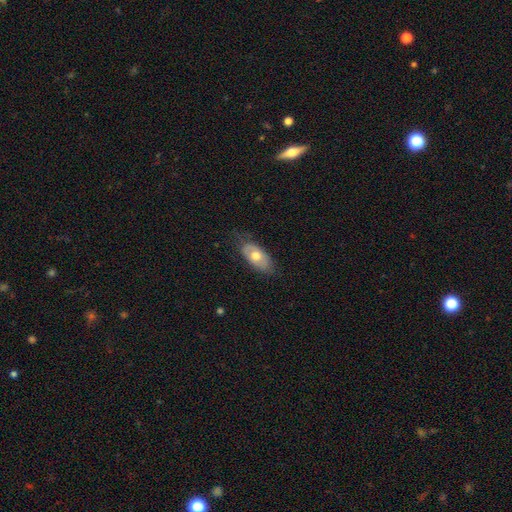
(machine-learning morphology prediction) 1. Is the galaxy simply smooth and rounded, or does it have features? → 57% smooth, 37% featured or disk, 6% star or artifact.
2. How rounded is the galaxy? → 91% in between, 4% round, 4% cigar-shaped.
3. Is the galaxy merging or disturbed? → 71% none, 22% minor disturbance, 6% major disturbance, 1% merger.